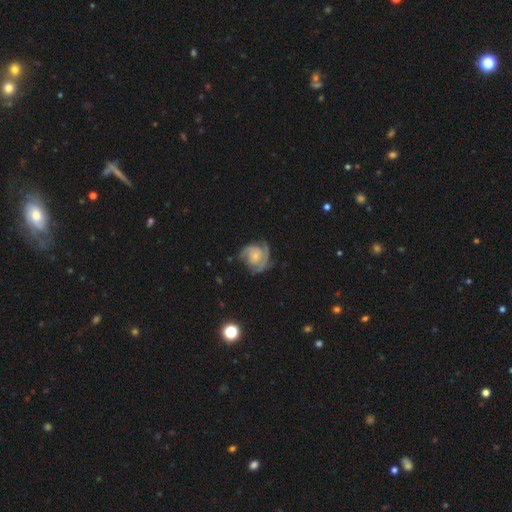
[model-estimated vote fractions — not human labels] Smooth or featured: featured or disk — 83% (smooth — 12%)
Edge-on disk: no — 98% (yes — 2%)
Bar: no — 70% (weak — 24%)
Spiral arms: yes — 96% (no — 4%)
Spiral winding: tight — 53% (medium — 37%)
Spiral arm count: 2 — 58% (3 — 18%)
Bulge size: small — 65% (moderate — 24%)
Merging: none — 63% (minor disturbance — 23%)